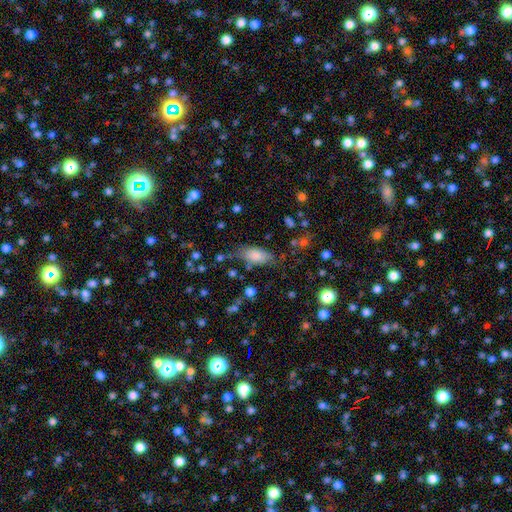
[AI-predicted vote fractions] Smooth or featured?
  - smooth: 81% *
  - featured or disk: 11%
  - star or artifact: 8%
How rounded?
  - in between: 88% *
  - cigar-shaped: 9%
  - round: 3%
Merging?
  - none: 62% *
  - minor disturbance: 25%
  - major disturbance: 9%
  - merger: 5%